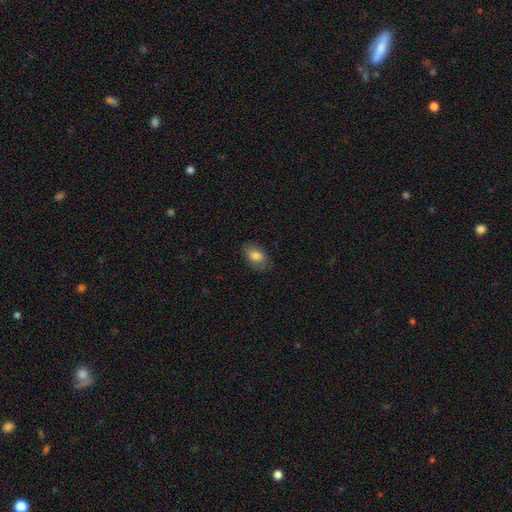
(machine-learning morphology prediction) Smooth or featured? smooth (76%)
How rounded? in between (89%)
Merging? none (79%)